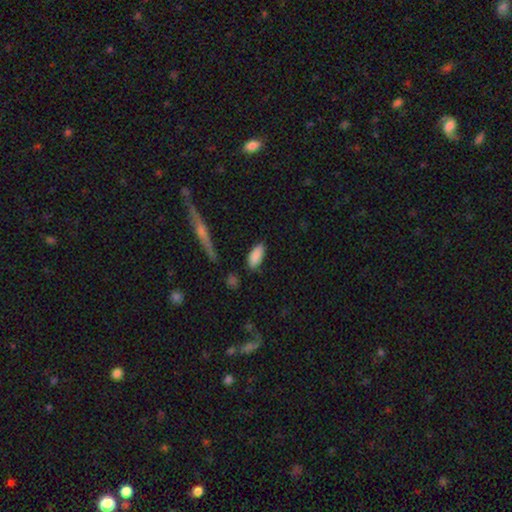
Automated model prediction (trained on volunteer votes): Smooth or featured? smooth (87%)
How rounded? in between (88%)
Merging? none (78%)